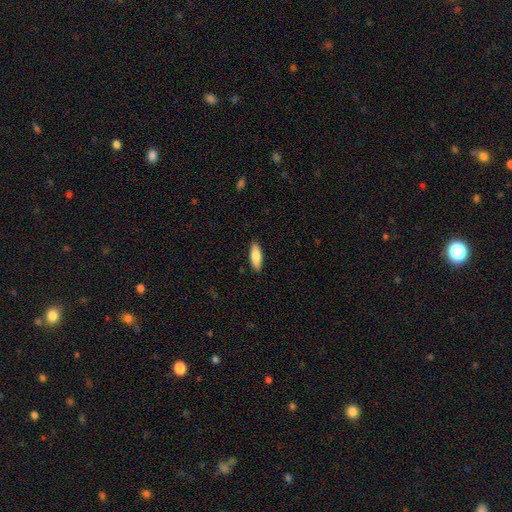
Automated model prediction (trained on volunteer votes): Overall: smooth (82%). How rounded: in between (62%; cigar-shaped 36%). Merging: none (89%).